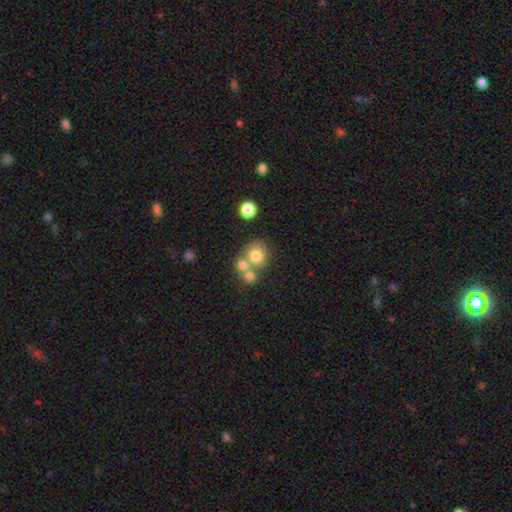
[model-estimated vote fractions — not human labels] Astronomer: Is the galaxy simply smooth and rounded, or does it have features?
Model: smooth — 71%.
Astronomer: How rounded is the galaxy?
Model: round — 83%.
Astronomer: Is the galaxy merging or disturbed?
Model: none — 43%, tied with merger at 43%.